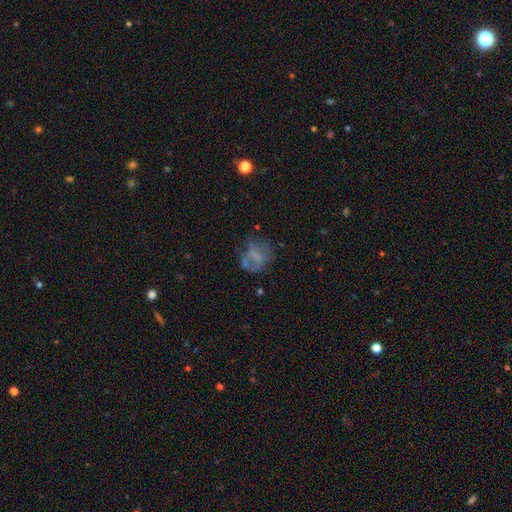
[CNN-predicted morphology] smooth-or-featured: smooth: 45% | featured or disk: 40% | star or artifact: 15%
  merging: none: 51% | major disturbance: 22% | minor disturbance: 21% | merger: 5%